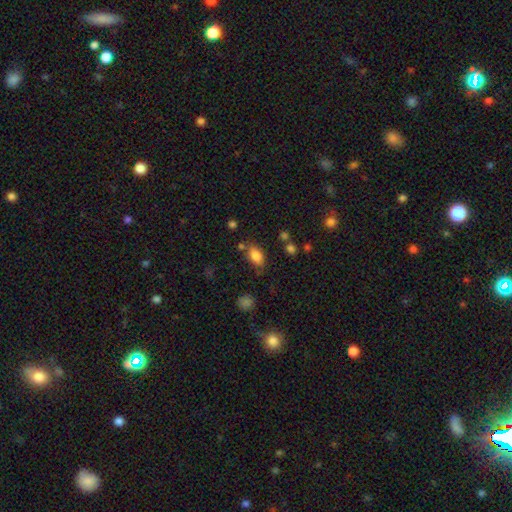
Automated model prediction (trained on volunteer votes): This is clearly a smooth galaxy (83%). How rounded: clearly in between (89%). Merging: likely none (70%).